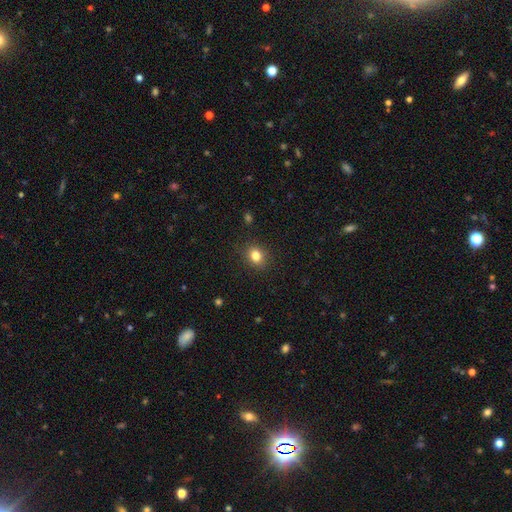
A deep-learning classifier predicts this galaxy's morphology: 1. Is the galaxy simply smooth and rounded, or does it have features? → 82% smooth, 11% star or artifact, 7% featured or disk.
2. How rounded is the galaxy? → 54% round, 45% in between, 1% cigar-shaped.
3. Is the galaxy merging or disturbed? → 87% none, 9% minor disturbance, 3% major disturbance, 1% merger.